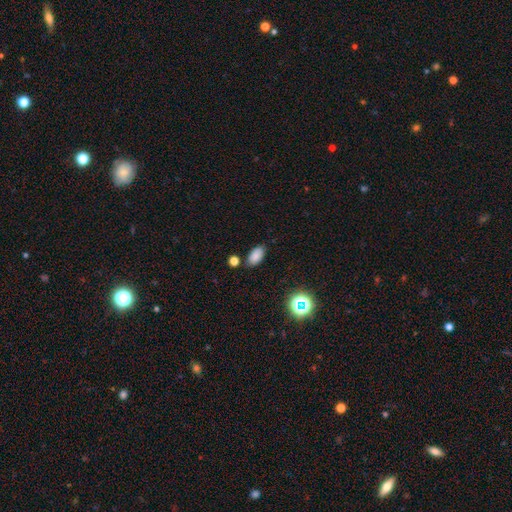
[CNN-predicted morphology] Q: Smooth or featured?
A: smooth (82%); runner-up: star or artifact (13%)
Q: How rounded?
A: in between (92%); runner-up: round (5%)
Q: Merging?
A: none (82%); runner-up: minor disturbance (11%)